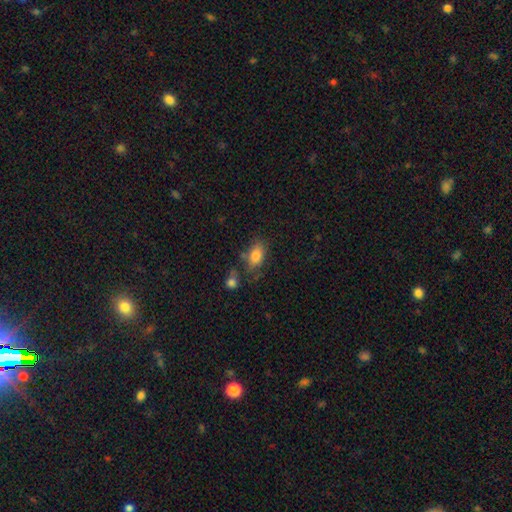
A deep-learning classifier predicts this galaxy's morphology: A smooth galaxy with no disk features (82%) that is in between round and cigar-shaped (85%).

Vote fractions:
- Smooth or featured? smooth: 82% / featured or disk: 10% / star or artifact: 9%
- How rounded? in between: 85% / round: 13% / cigar-shaped: 2%
- Merging? none: 58% / minor disturbance: 21% / merger: 12% / major disturbance: 9%